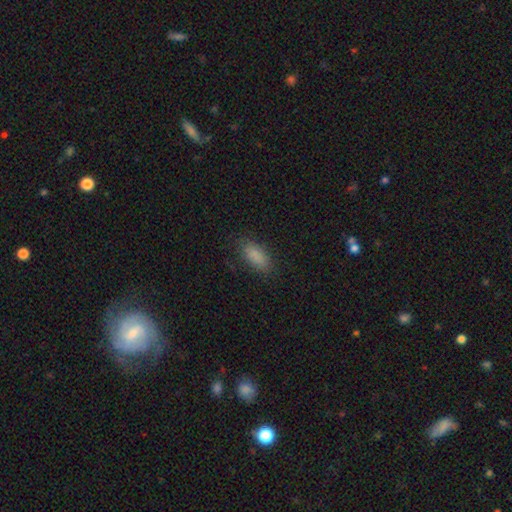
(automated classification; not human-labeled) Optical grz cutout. It shows a smooth galaxy with no disk features (86%) that is in between round and cigar-shaped (83%). Merging: none (82%).